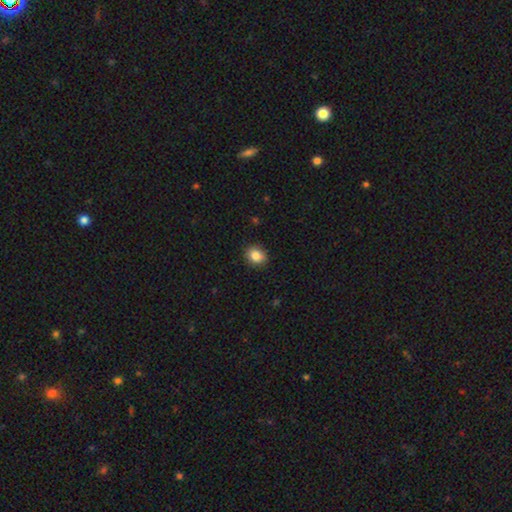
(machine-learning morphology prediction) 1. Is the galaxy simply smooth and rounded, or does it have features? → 85% smooth, 9% star or artifact, 5% featured or disk.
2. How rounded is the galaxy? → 57% round, 42% in between, 1% cigar-shaped.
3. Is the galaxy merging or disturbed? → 86% none, 11% minor disturbance, 2% major disturbance, 1% merger.